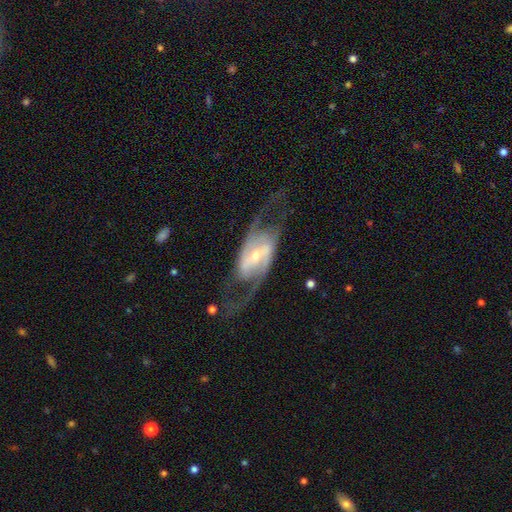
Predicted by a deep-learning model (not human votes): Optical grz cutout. It shows a featured or disk galaxy (89%) with a strong bar (46%), 2 (91%) medium (47%) spiral arms (95%) and a small central bulge (49%). Merging: none (69%).